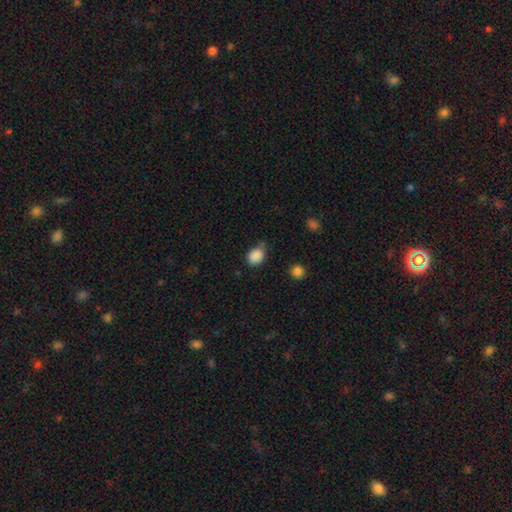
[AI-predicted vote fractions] A smooth galaxy with no disk features (87%) that is in between round and cigar-shaped (54%).

Vote fractions:
- Smooth or featured? smooth: 87% / star or artifact: 10% / featured or disk: 4%
- How rounded? in between: 54% / round: 45% / cigar-shaped: 1%
- Merging? none: 59% / minor disturbance: 31% / major disturbance: 7% / merger: 4%